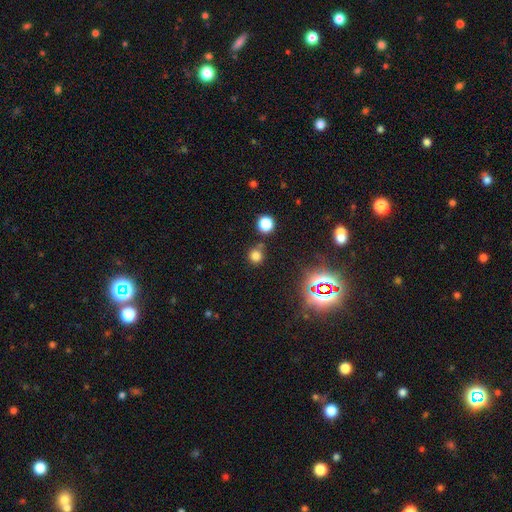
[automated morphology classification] Q: Smooth or featured?
A: smooth (72%); runner-up: star or artifact (22%)
Q: How rounded?
A: round (89%); runner-up: in between (10%)
Q: Merging?
A: none (72%); runner-up: merger (15%)